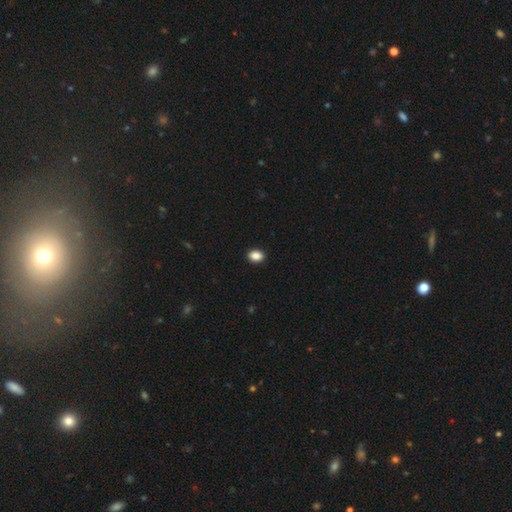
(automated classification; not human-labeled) Smooth or featured? smooth (88%)
How rounded? in between (66%)
Merging? none (91%)